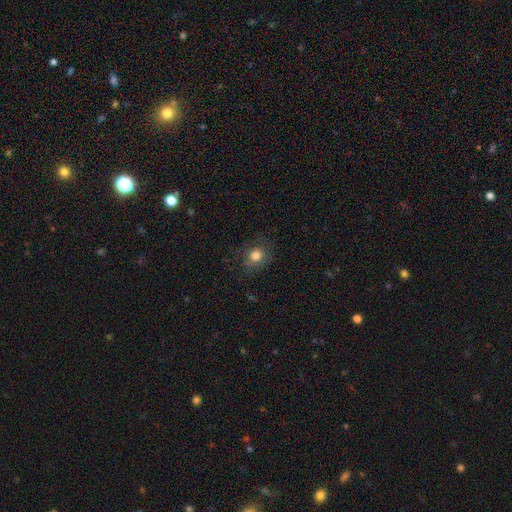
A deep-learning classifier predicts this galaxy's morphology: A smooth galaxy with no disk features (80%) that is round (74%). Merging: none (78%).